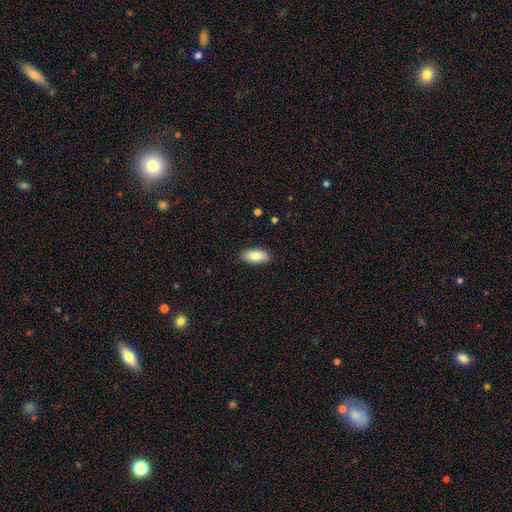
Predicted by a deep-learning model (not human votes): The model was most divided on "smooth or featured": smooth: 83%, featured or disk: 10%, star or artifact: 7%. More confident: how rounded — in between (91%); merging — none (88%).